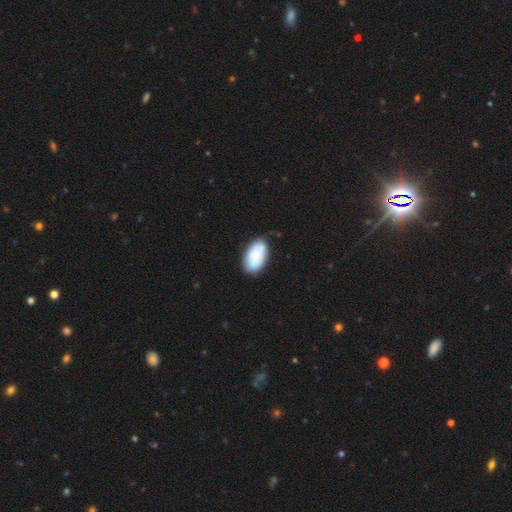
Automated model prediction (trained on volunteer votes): Smooth or featured? smooth (74%)
How rounded? in between (94%)
Merging? none (75%)